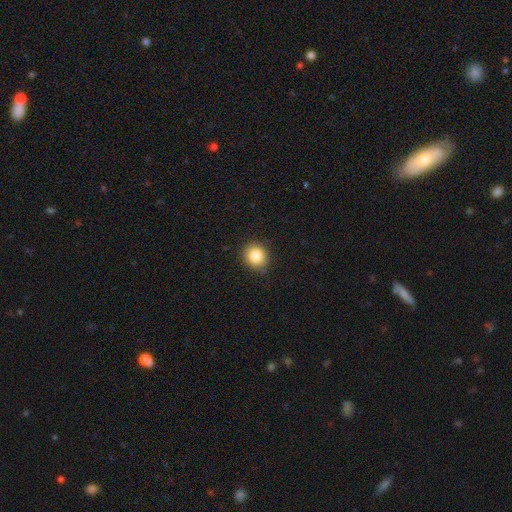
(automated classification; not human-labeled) The model was most divided on "how rounded": round: 83%, in between: 16%, cigar-shaped: 1%. More confident: merging — none (86%); smooth or featured — smooth (84%).